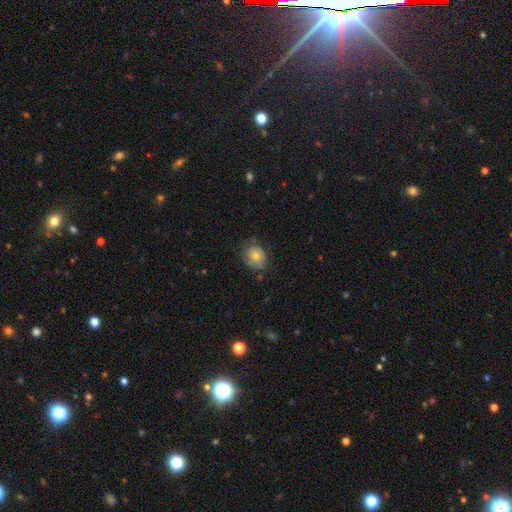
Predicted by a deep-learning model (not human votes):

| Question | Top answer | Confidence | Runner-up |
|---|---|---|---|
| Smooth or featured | smooth | 68% | featured or disk (23%) |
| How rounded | round | 56% | in between (43%) |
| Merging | none | 68% | minor disturbance (24%) |